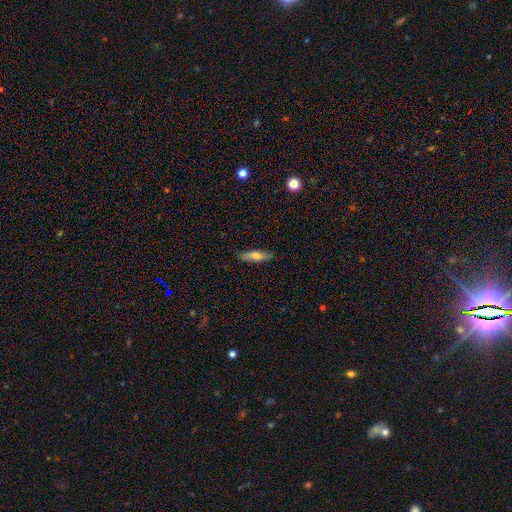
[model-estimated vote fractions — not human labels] A smooth galaxy with no disk features (67%) that is cigar-shaped (60%).

Vote fractions:
- Smooth or featured? smooth: 67% / featured or disk: 27% / star or artifact: 6%
- How rounded? cigar-shaped: 60% / in between: 37% / round: 2%
- Merging? none: 85% / minor disturbance: 11% / major disturbance: 2% / merger: 1%